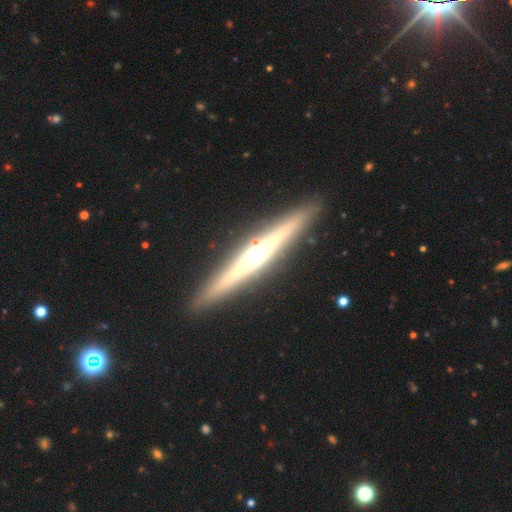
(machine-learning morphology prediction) smooth_or_featured: featured or disk (p=0.80) [alt: smooth p=0.14]
disk_edge_on: yes (p=0.98) [alt: no p=0.02]
edge_on_bulge: rounded (p=0.85) [alt: boxy p=0.08]
merging: none (p=0.91) [alt: minor disturbance p=0.06]